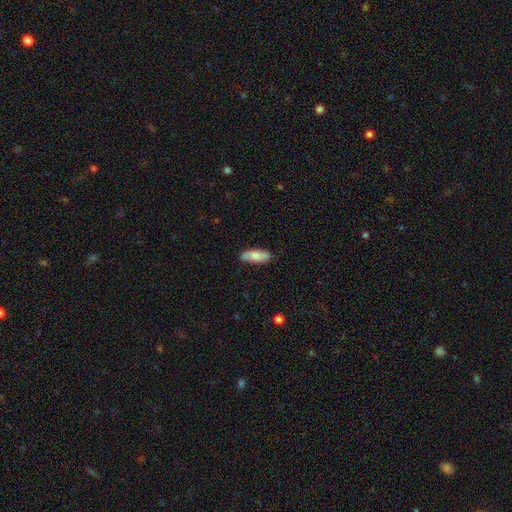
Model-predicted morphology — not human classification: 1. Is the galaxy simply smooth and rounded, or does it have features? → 74% smooth, 20% featured or disk, 6% star or artifact.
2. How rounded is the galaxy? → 79% in between, 19% cigar-shaped, 2% round.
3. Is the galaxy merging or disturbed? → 82% none, 14% minor disturbance, 2% major disturbance, 1% merger.